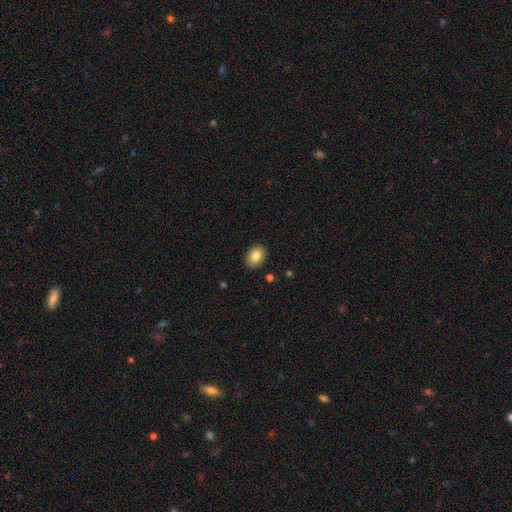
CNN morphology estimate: Smooth or featured?
  - smooth: 83% *
  - featured or disk: 9%
  - star or artifact: 8%
How rounded?
  - in between: 73% *
  - round: 26%
  - cigar-shaped: 1%
Merging?
  - none: 89% *
  - minor disturbance: 8%
  - major disturbance: 2%
  - merger: 1%